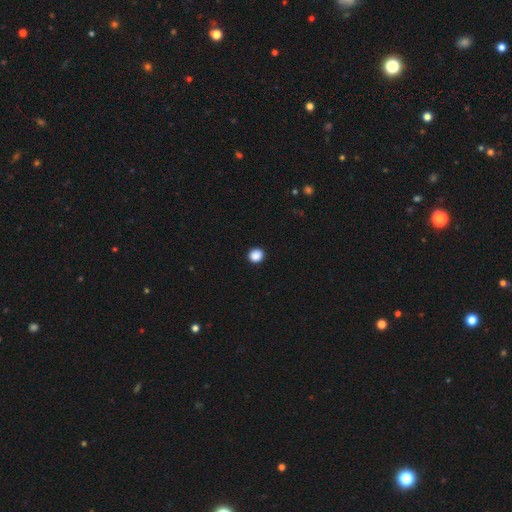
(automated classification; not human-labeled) smooth-or-featured: smooth: 88% | star or artifact: 10% | featured or disk: 2%
  how-rounded: round: 89% | in between: 10% | cigar-shaped: 1%
  merging: none: 93% | minor disturbance: 4% | major disturbance: 1% | merger: 1%